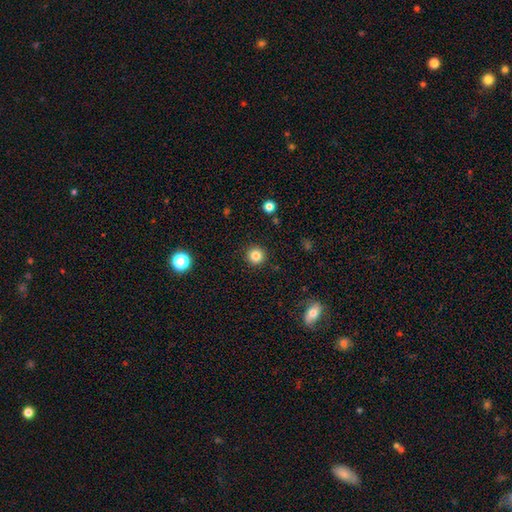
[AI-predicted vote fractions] smooth 83%, star or artifact 12%, featured or disk 5%. Down the decision tree: how rounded — round (95%); merging — none (92%).